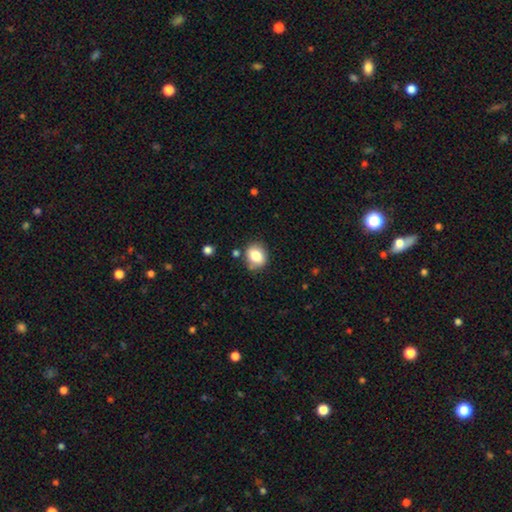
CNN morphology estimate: Smooth or featured? Predicted: smooth (p=0.81). How rounded? Predicted: round (p=0.63). Merging? Predicted: none (p=0.76).